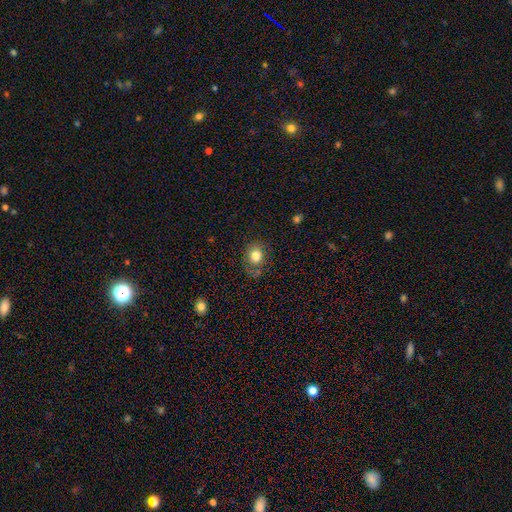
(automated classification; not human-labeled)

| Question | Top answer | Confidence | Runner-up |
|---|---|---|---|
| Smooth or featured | smooth | 79% | star or artifact (10%) |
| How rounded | round | 63% | in between (37%) |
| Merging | none | 70% | minor disturbance (18%) |